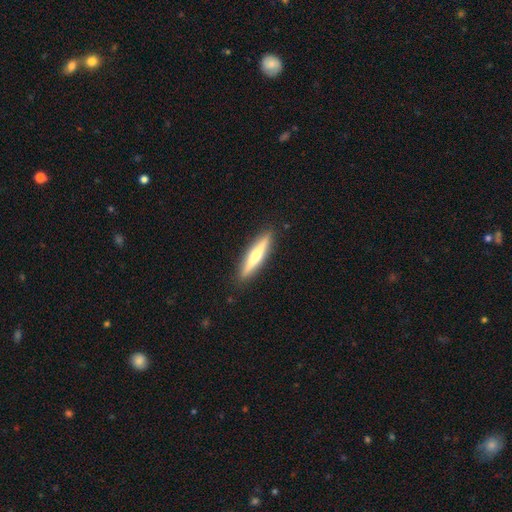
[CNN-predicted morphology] Smooth or featured? featured or disk (55%)
Edge-on disk? yes (95%)
Edge-on bulge? rounded (83%)
Merging? none (91%)